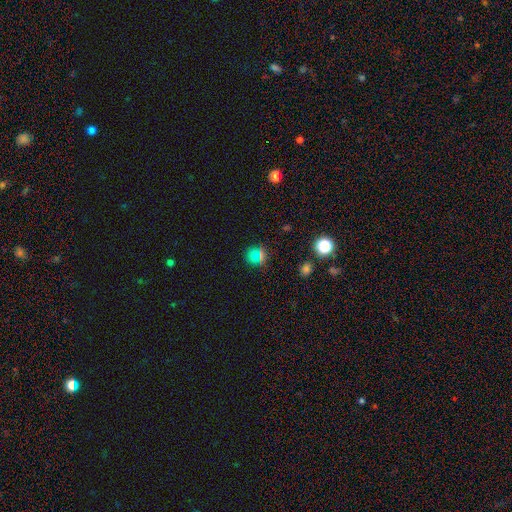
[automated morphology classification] smooth-or-featured: smooth: 65% | star or artifact: 27% | featured or disk: 8%
  how-rounded: round: 92% | in between: 7% | cigar-shaped: 1%
  merging: none: 83% | minor disturbance: 8% | merger: 6% | major disturbance: 3%